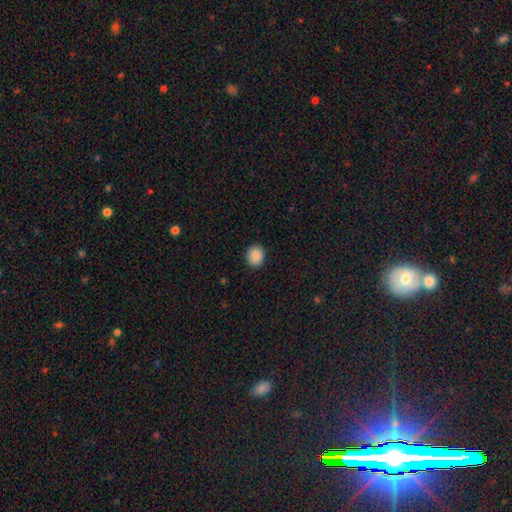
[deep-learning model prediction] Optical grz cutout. It shows a smooth galaxy with no disk features (89%) that is round (61%). Merging: none (89%).